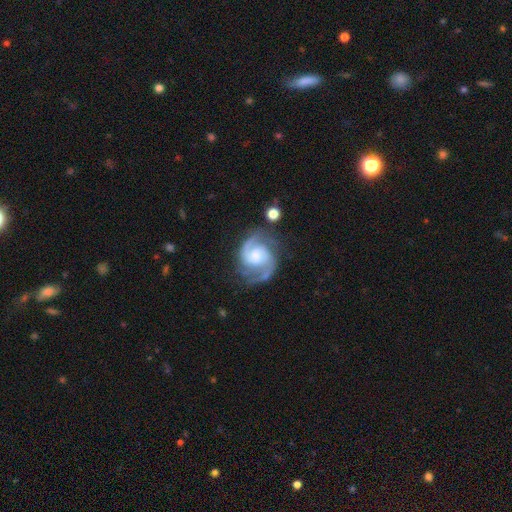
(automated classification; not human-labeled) Q: Smooth or featured?
A: featured or disk (92%); runner-up: star or artifact (4%)
Q: Edge-on disk?
A: no (98%); runner-up: yes (2%)
Q: Bar?
A: no (49%); runner-up: weak (42%)
Q: Spiral arms?
A: yes (98%); runner-up: no (2%)
Q: Spiral winding?
A: medium (55%); runner-up: tight (35%)
Q: Spiral arm count?
A: 2 (91%); runner-up: 3 (3%)
Q: Bulge size?
A: moderate (51%); runner-up: small (34%)
Q: Merging?
A: none (75%); runner-up: minor disturbance (16%)